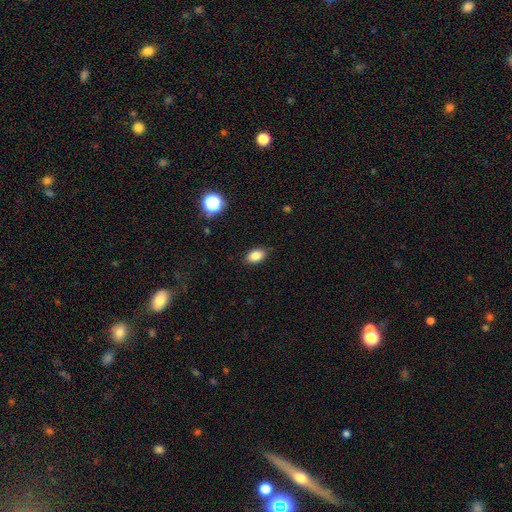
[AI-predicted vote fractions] This appears to be a smooth galaxy with no disk features (84%) that is in between round and cigar-shaped (87%). Merging: none (85%).